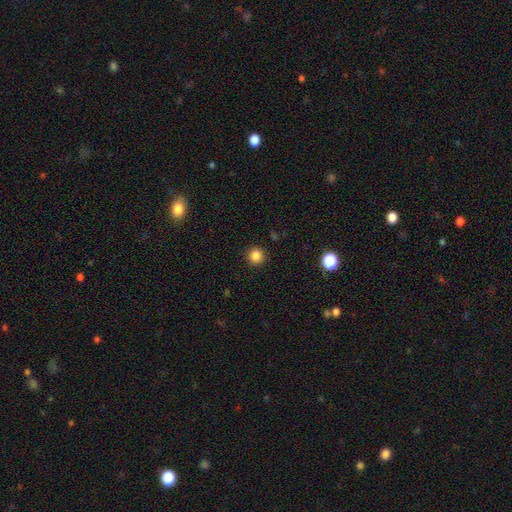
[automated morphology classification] Smooth or featured: smooth — 84% (star or artifact — 12%)
How rounded: round — 95% (in between — 4%)
Merging: none — 92% (minor disturbance — 5%)